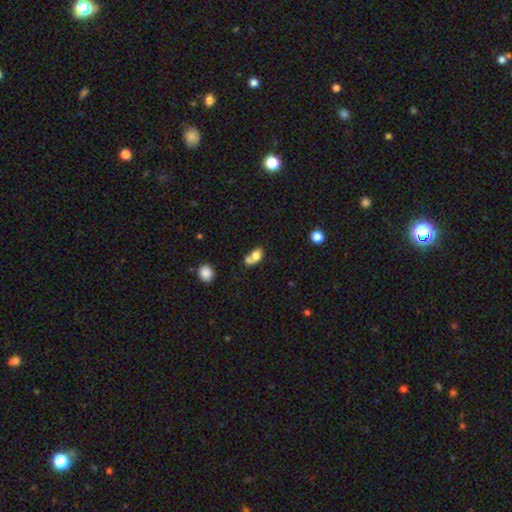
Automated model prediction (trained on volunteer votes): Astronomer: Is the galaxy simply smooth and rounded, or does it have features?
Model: smooth — 75%.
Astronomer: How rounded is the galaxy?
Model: in between — 71%.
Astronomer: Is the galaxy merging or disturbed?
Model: merger — 55%.